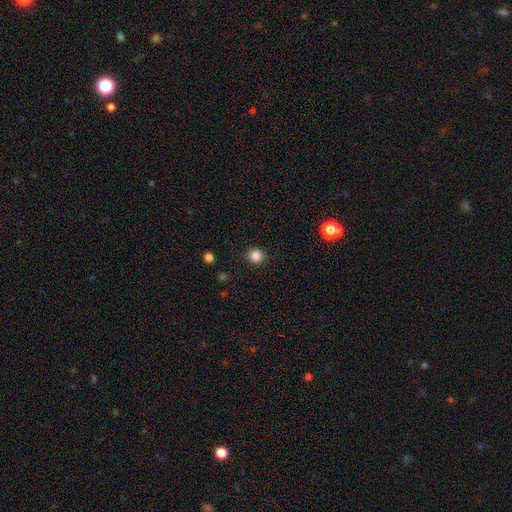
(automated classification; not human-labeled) Smooth or featured: smooth — 85% (star or artifact — 12%)
How rounded: round — 94% (in between — 5%)
Merging: none — 91% (minor disturbance — 6%)